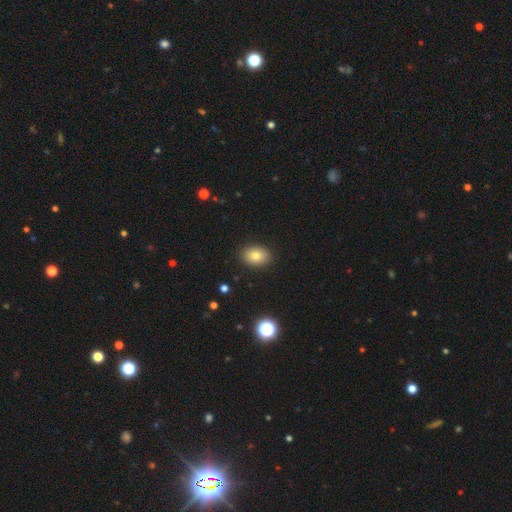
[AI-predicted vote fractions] Overall: smooth (79%). How rounded: in between (79%). Merging: none (89%).